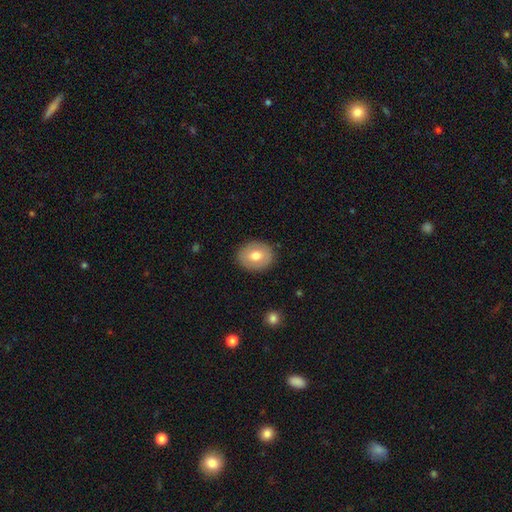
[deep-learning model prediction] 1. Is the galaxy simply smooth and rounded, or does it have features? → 68% smooth, 25% featured or disk, 7% star or artifact.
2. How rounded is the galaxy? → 54% round, 45% in between, 1% cigar-shaped.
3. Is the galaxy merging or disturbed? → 87% none, 9% minor disturbance, 3% major disturbance, 1% merger.